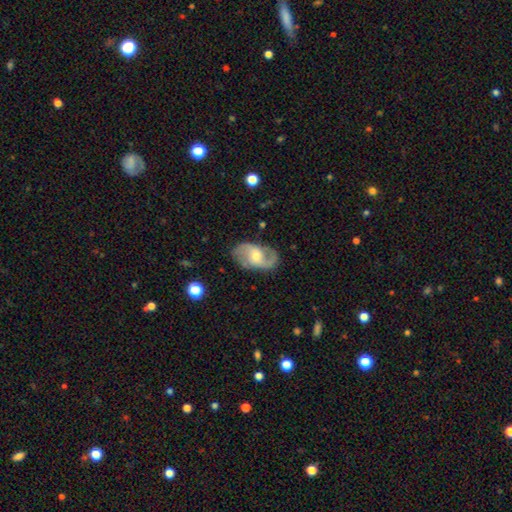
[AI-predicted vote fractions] This is clearly a featured or disk galaxy (82%). It is clearly not viewed edge-on (96%). Bar: possibly no (47%). Spiral arm pattern: clearly yes (94%). Spiral arm count: clearly 2 (89%). Spiral winding: possibly medium (49%). Central bulge: possibly moderate (59%). Merging: likely none (79%).